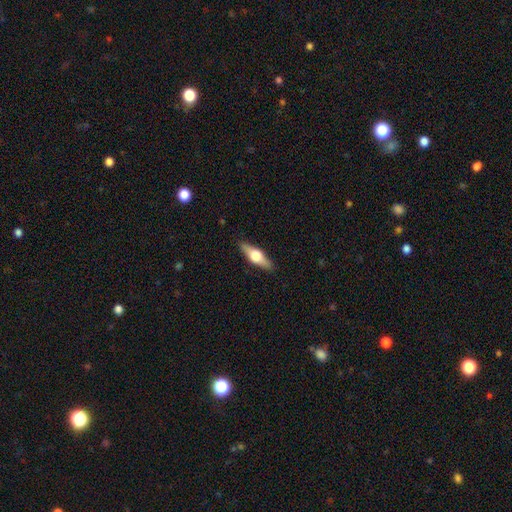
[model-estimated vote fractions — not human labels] The model was most divided on "smooth or featured": featured or disk: 56%, smooth: 38%, star or artifact: 6%. More confident: edge-on bulge — rounded (95%); edge-on disk — yes (94%); merging — none (89%).